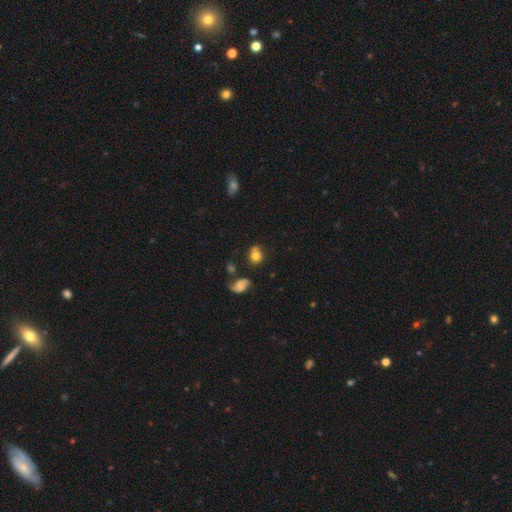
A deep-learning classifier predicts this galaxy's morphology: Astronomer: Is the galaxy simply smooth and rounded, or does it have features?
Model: smooth — 75%.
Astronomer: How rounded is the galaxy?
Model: round — 76%.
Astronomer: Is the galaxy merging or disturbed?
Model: none — 59%.